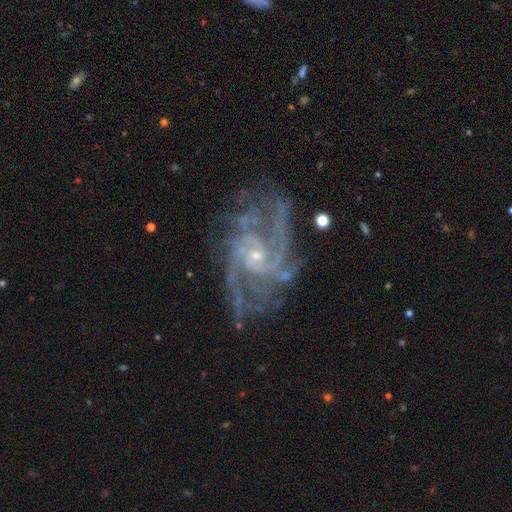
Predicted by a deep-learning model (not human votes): Smooth or featured? Predicted: featured or disk (p=0.91). Edge-on disk? Predicted: no (p=0.98). Bar? Predicted: no (p=0.61). Spiral arms? Predicted: yes (p=0.98). Spiral winding? Predicted: medium (p=0.51). Spiral arm count? Predicted: 2 (p=0.27). Bulge size? Predicted: small (p=0.79). Merging? Predicted: none (p=0.67).